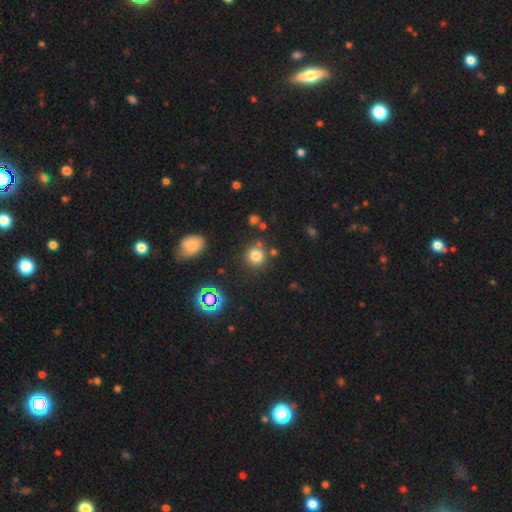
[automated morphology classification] Smooth or featured: smooth — 75% (star or artifact — 18%)
How rounded: round — 90% (in between — 9%)
Merging: none — 81% (minor disturbance — 9%)